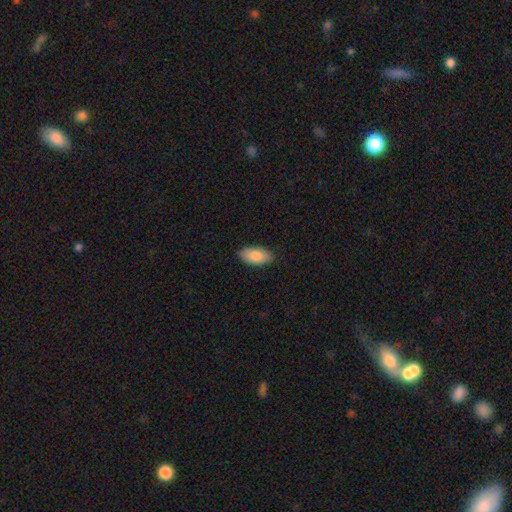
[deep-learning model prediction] smooth 86%, featured or disk 8%, star or artifact 6%. Down the decision tree: how rounded — in between (93%); merging — none (88%).